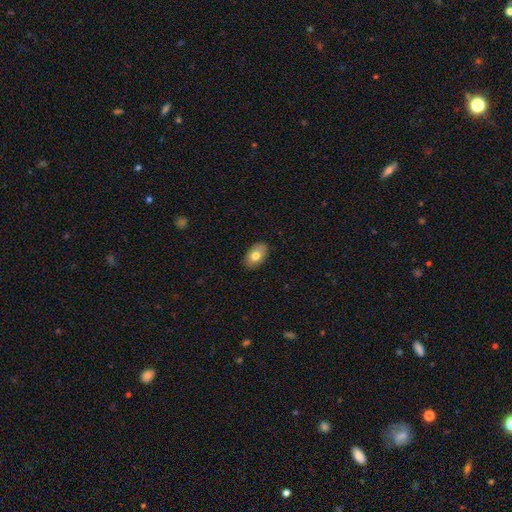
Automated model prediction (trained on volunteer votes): This is likely a smooth galaxy (77%). How rounded: clearly in between (90%). Merging: clearly none (88%).